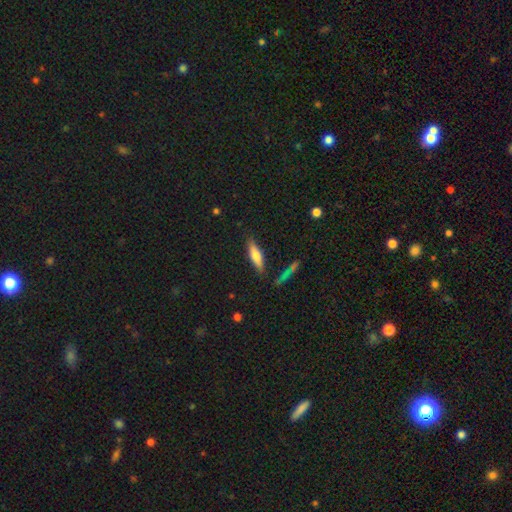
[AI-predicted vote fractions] Smooth or featured?
  - smooth: 65% *
  - featured or disk: 28%
  - star or artifact: 7%
How rounded?
  - cigar-shaped: 62% *
  - in between: 36%
  - round: 2%
Merging?
  - none: 82% *
  - minor disturbance: 12%
  - major disturbance: 3%
  - merger: 3%